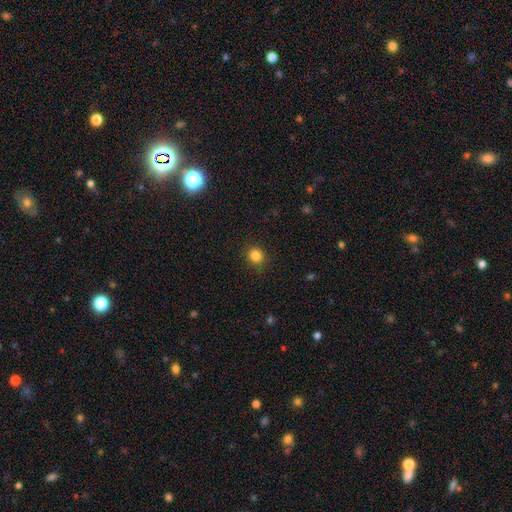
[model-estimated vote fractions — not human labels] smooth_or_featured: smooth (p=0.84) [alt: star or artifact p=0.12]
how_rounded: round (p=0.83) [alt: in between p=0.16]
merging: none (p=0.90) [alt: minor disturbance p=0.07]